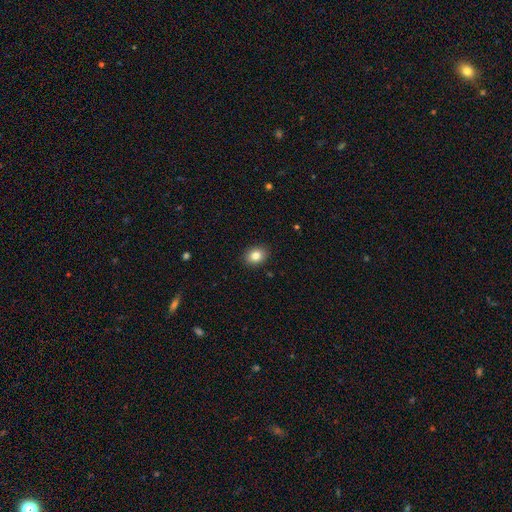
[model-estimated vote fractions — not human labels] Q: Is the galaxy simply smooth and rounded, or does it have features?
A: smooth — 83%.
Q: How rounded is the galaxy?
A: in between — 53%.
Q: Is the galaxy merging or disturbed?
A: none — 90%.